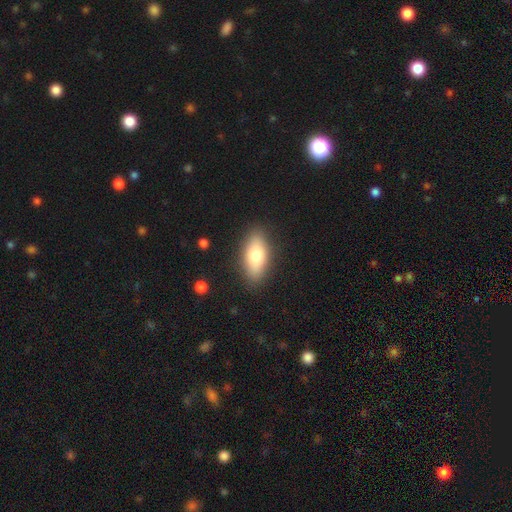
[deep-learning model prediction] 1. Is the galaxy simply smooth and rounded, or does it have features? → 74% smooth, 19% featured or disk, 7% star or artifact.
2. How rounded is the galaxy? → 83% in between, 12% cigar-shaped, 4% round.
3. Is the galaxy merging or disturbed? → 86% none, 10% minor disturbance, 3% major disturbance, 1% merger.